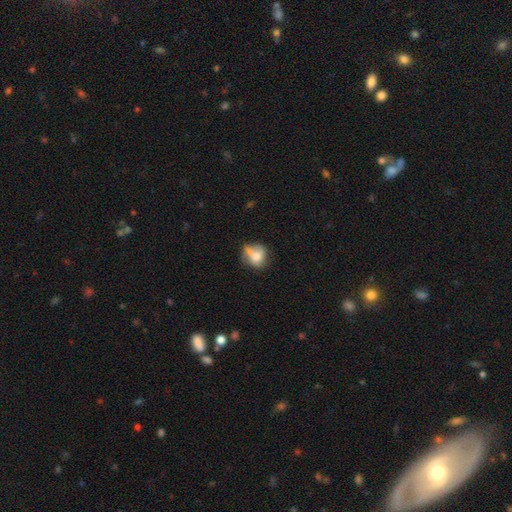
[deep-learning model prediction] smooth-or-featured: smooth: 66% | featured or disk: 24% | star or artifact: 10%
  how-rounded: round: 61% | in between: 38% | cigar-shaped: 2%
  merging: none: 36% | merger: 26% | minor disturbance: 23% | major disturbance: 15%